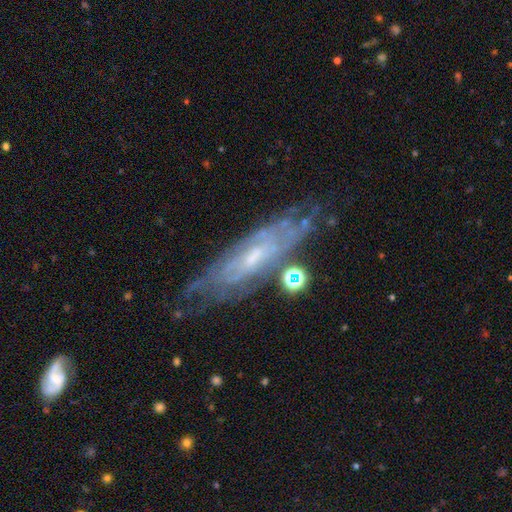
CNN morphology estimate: Q: Smooth or featured?
A: featured or disk (76%); runner-up: smooth (15%)
Q: Edge-on disk?
A: no (75%); runner-up: yes (25%)
Q: Bar?
A: no (55%); runner-up: weak (36%)
Q: Spiral arms?
A: yes (84%); runner-up: no (16%)
Q: Bulge size?
A: small (65%); runner-up: moderate (26%)
Q: Merging?
A: none (65%); runner-up: minor disturbance (21%)